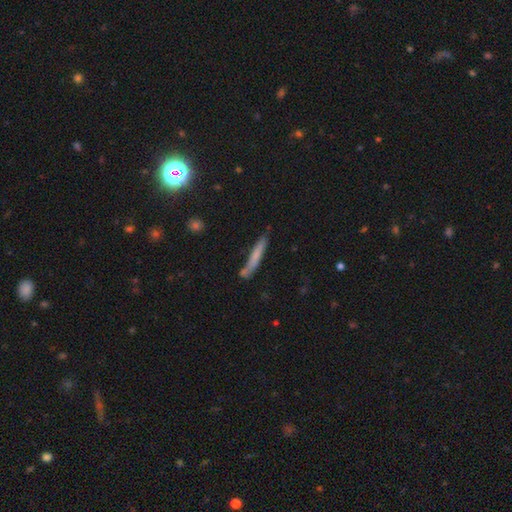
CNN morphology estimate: Smooth or featured? smooth (68%)
How rounded? cigar-shaped (94%)
Merging? none (70%)